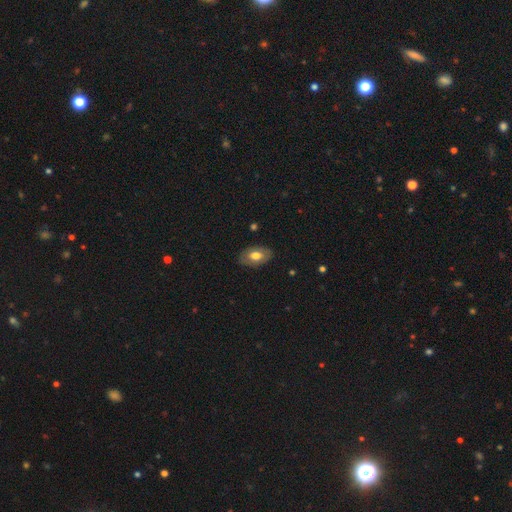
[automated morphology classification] A smooth galaxy with no disk features (60%) that is in between round and cigar-shaped (90%).

Vote fractions:
- Smooth or featured? smooth: 60% / featured or disk: 34% / star or artifact: 6%
- How rounded? in between: 90% / round: 8% / cigar-shaped: 1%
- Merging? none: 83% / minor disturbance: 13% / major disturbance: 3% / merger: 1%